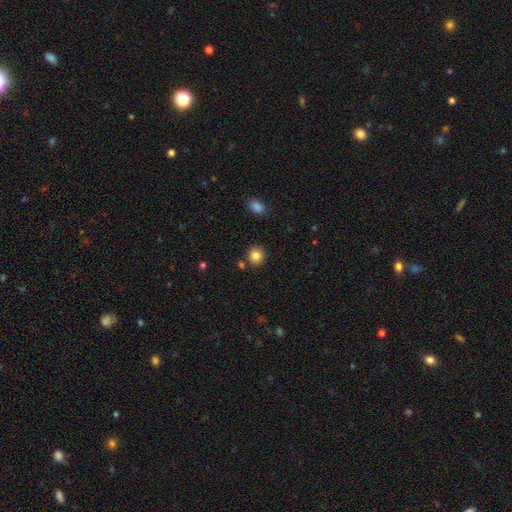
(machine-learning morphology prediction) The model was most divided on "how rounded": round: 85%, in between: 14%, cigar-shaped: 1%. More confident: smooth or featured — smooth (84%); merging — none (84%).